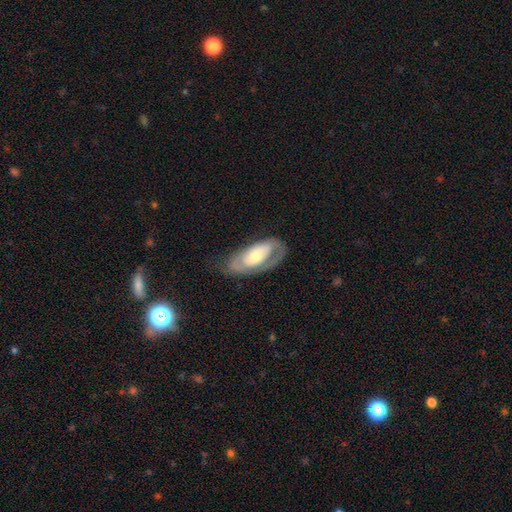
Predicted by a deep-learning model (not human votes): Smooth or featured: featured or disk — 60% (smooth — 35%)
Edge-on disk: no — 89% (yes — 11%)
Bar: no — 74% (weak — 19%)
Spiral arms: yes — 65% (no — 35%)
Bulge size: moderate — 48% (small — 26%)
Merging: none — 57% (minor disturbance — 25%)